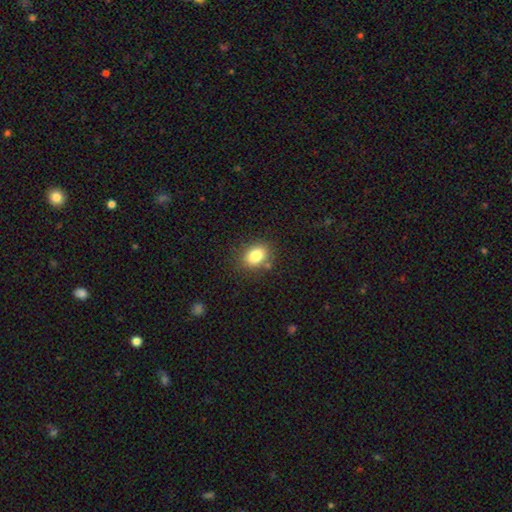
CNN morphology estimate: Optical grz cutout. It shows a smooth galaxy with no disk features (81%) that is in between round and cigar-shaped (58%). Merging: none (80%).